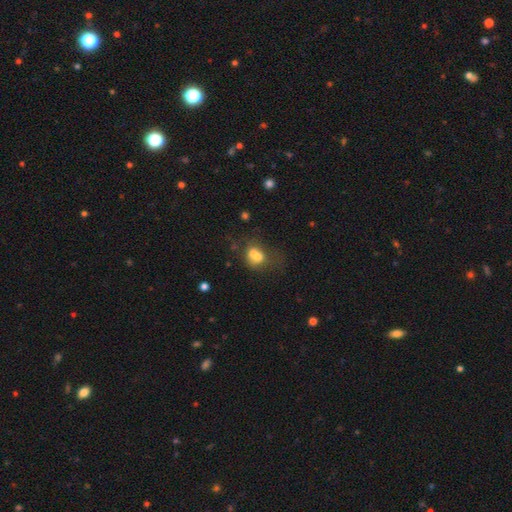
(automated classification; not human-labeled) Smooth or featured? Predicted: smooth (p=0.65). How rounded? Predicted: round (p=0.60). Merging? Predicted: merger (p=0.62).